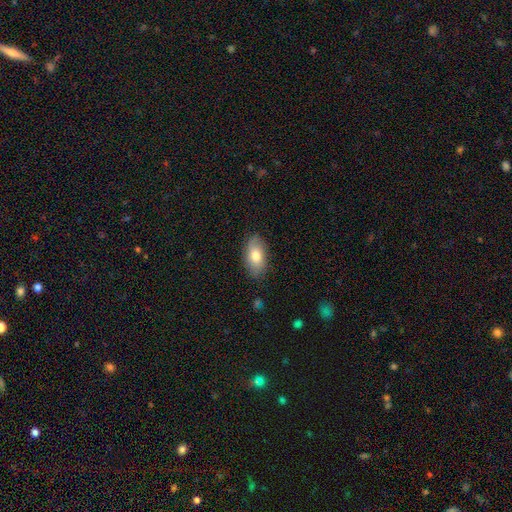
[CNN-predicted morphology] smooth_or_featured: smooth (p=0.74) [alt: featured or disk p=0.19]
how_rounded: in between (p=0.92) [alt: round p=0.04]
merging: none (p=0.84) [alt: minor disturbance p=0.12]